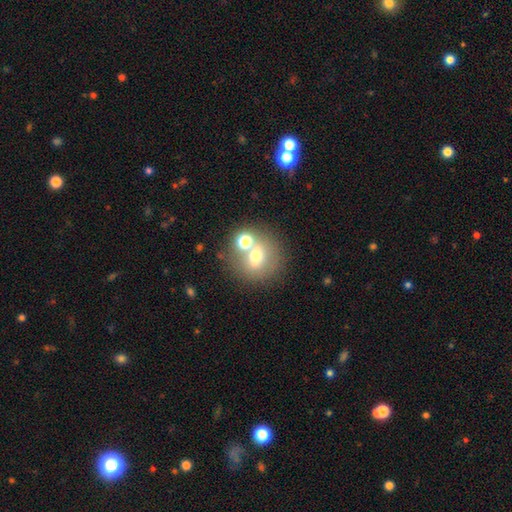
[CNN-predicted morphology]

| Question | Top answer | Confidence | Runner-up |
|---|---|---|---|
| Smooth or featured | smooth | 64% | featured or disk (22%) |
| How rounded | round | 82% | in between (17%) |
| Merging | none | 55% | merger (30%) |